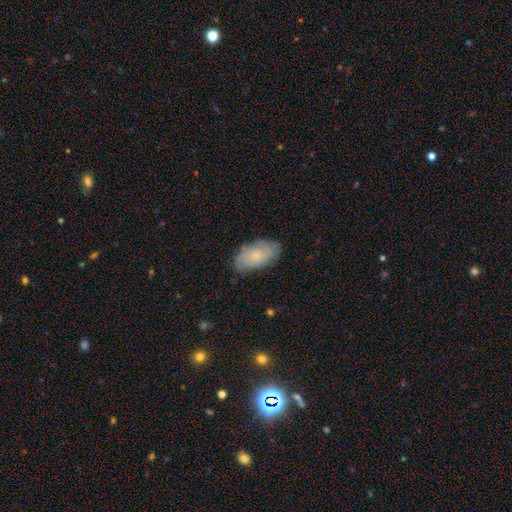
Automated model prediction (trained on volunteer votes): Overall: smooth (49%; featured or disk 43%). Merging: none (77%).